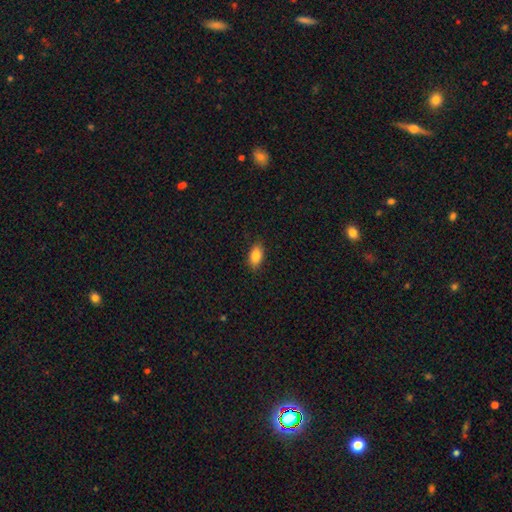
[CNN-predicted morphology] Smooth or featured? smooth (86%)
How rounded? in between (90%)
Merging? none (86%)